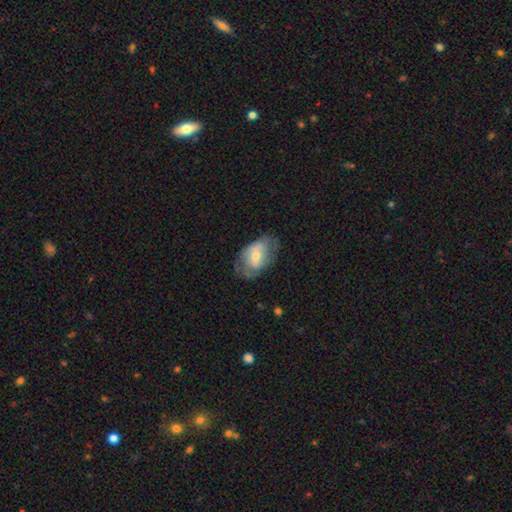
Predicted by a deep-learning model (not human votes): Overall: featured or disk (49%; smooth 44%). Merging: none (57%; minor disturbance 27%).